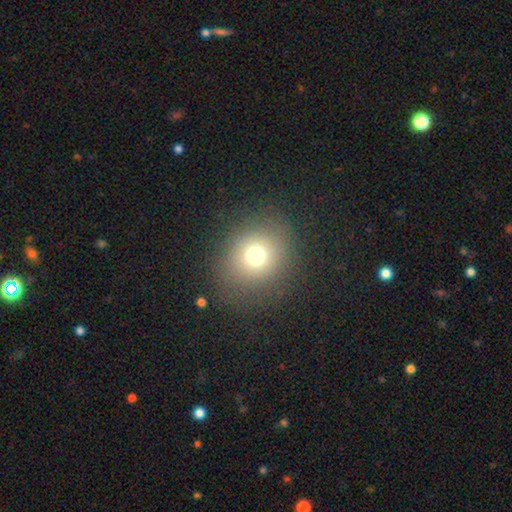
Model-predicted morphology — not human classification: type=smooth (71%); roundness=round (81%); merging=none (84%).